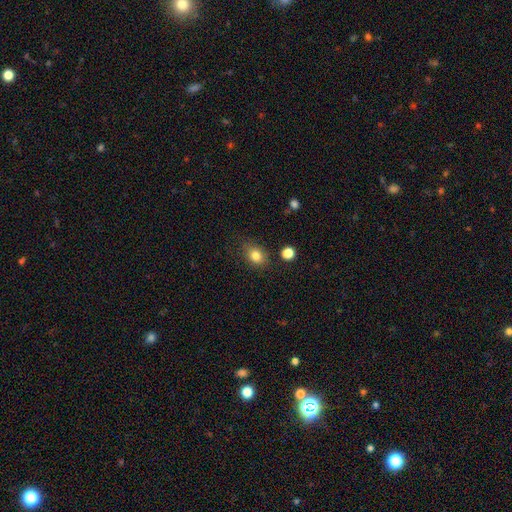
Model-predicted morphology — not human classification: Q: Smooth or featured?
A: smooth (83%); runner-up: star or artifact (10%)
Q: How rounded?
A: in between (58%); runner-up: round (41%)
Q: Merging?
A: none (78%); runner-up: minor disturbance (15%)